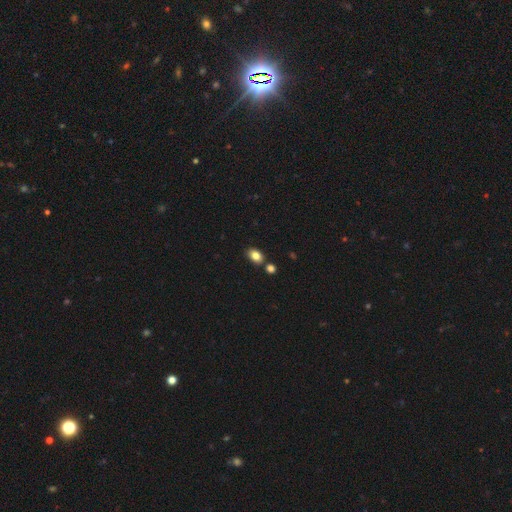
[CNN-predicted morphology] Smooth or featured? smooth (83%)
How rounded? in between (79%)
Merging? none (75%)